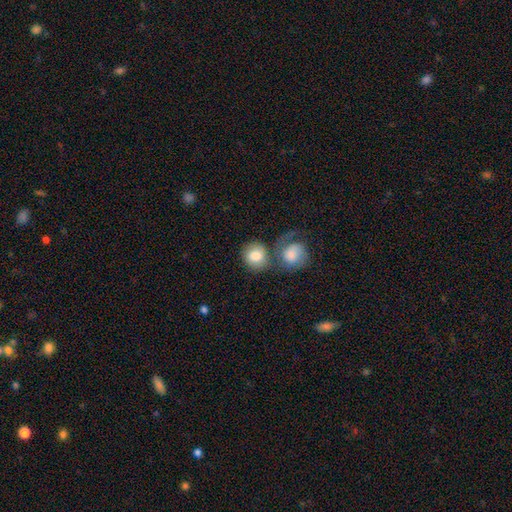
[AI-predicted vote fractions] smooth 80%, featured or disk 14%, star or artifact 6%. Down the decision tree: how rounded — round (83%); merging — none (45%).